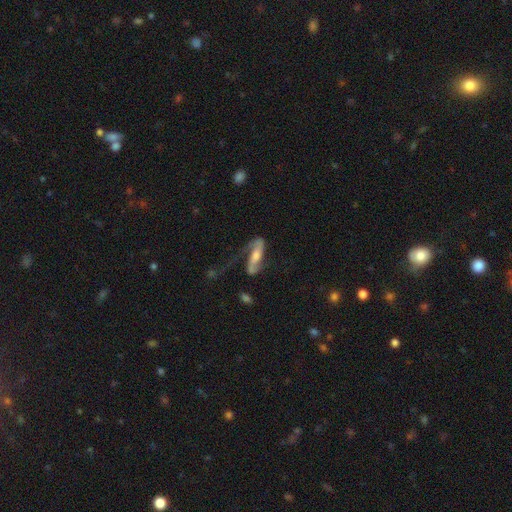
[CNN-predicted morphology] featured or disk 71%, smooth 21%, star or artifact 8%. Down the decision tree: edge-on disk — no (76%); bar — no (38%); spiral arms — yes (86%); bulge size — moderate (51%); merging — none (40%).